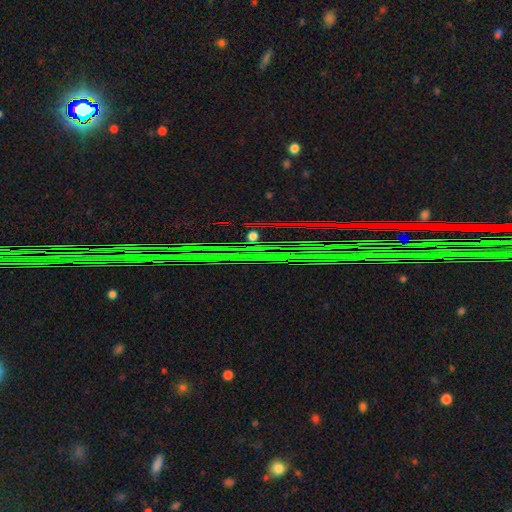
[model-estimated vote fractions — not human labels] Q: Smooth or featured?
A: star or artifact (86%); runner-up: featured or disk (8%)